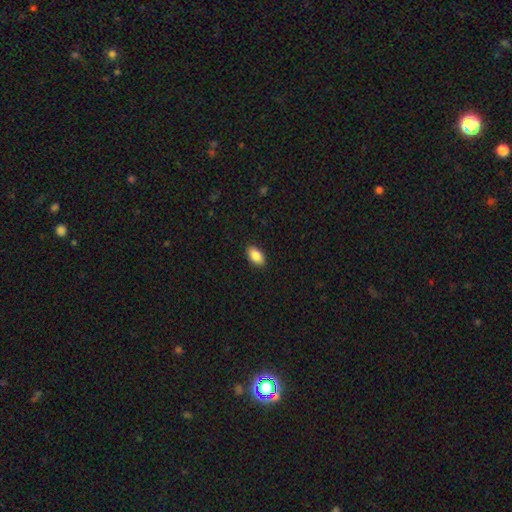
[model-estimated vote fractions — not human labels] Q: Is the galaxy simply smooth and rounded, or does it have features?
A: smooth — 87%.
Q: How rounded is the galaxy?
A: in between — 93%.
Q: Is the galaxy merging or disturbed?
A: none — 90%.